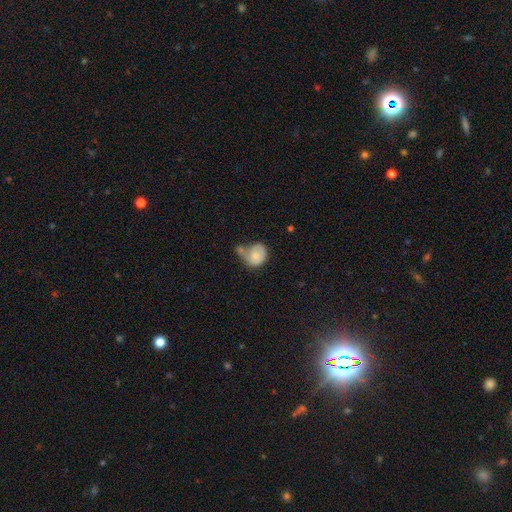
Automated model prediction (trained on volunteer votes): A smooth galaxy with no disk features (68%) that is round (62%). Merging: merger (36%).